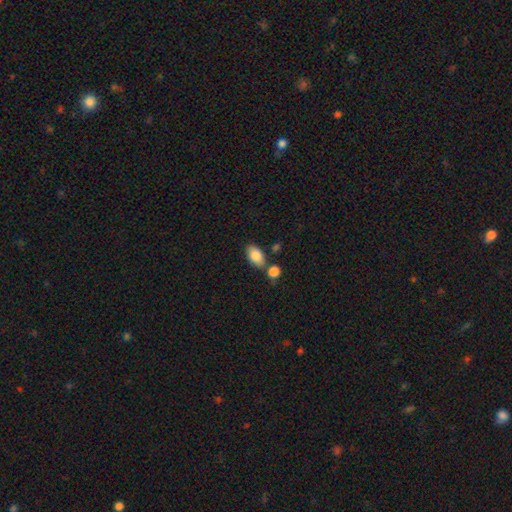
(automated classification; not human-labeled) A smooth galaxy with no disk features (84%) that is in between round and cigar-shaped (92%).

Vote fractions:
- Smooth or featured? smooth: 84% / featured or disk: 9% / star or artifact: 7%
- How rounded? in between: 92% / round: 6% / cigar-shaped: 2%
- Merging? none: 68% / merger: 17% / minor disturbance: 12% / major disturbance: 3%